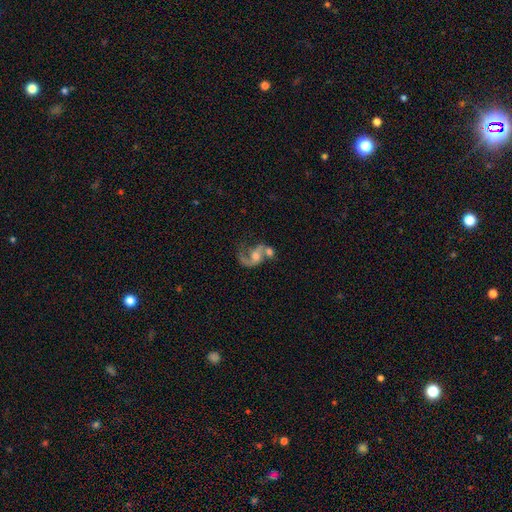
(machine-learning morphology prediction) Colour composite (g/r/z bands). It shows a featured or disk galaxy (75%) with no bar (57%), 2 (66%) loose (63%) spiral arms (89%) and a moderate central bulge (46%). Merging: merger (47%).